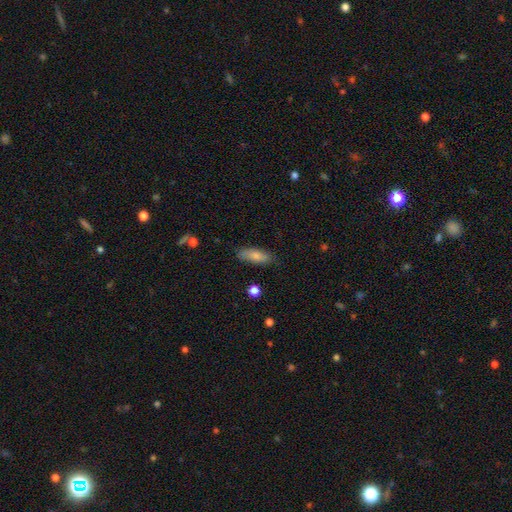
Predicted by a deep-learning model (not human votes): Q: Smooth or featured?
A: smooth (80%); runner-up: featured or disk (13%)
Q: How rounded?
A: in between (65%); runner-up: cigar-shaped (33%)
Q: Merging?
A: none (83%); runner-up: minor disturbance (13%)